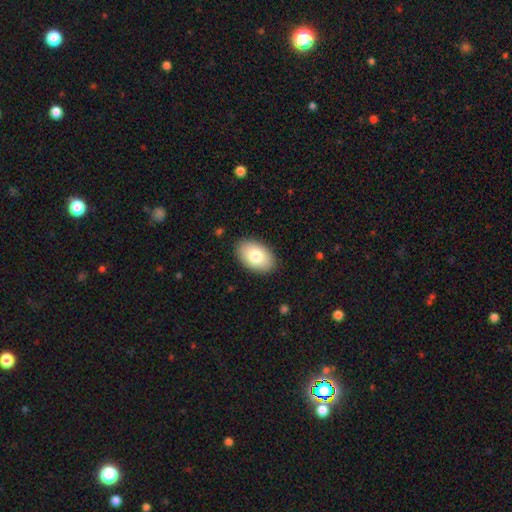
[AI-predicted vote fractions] smooth-or-featured: smooth: 81% | featured or disk: 12% | star or artifact: 6%
  how-rounded: in between: 93% | round: 6% | cigar-shaped: 1%
  merging: none: 88% | minor disturbance: 9% | major disturbance: 2% | merger: 1%